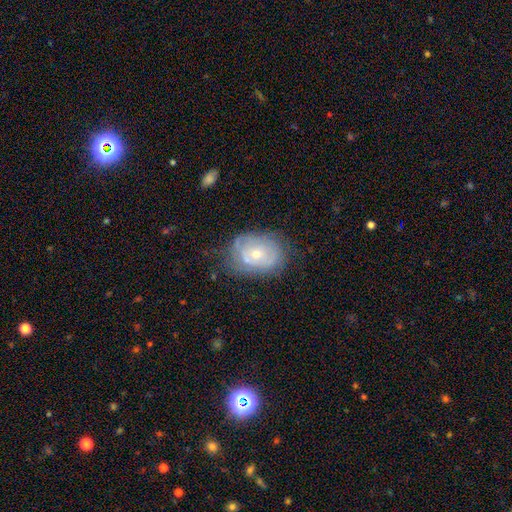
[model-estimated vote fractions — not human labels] Q: Smooth or featured?
A: featured or disk (57%); runner-up: smooth (31%)
Q: Edge-on disk?
A: no (95%); runner-up: yes (5%)
Q: Bar?
A: no (77%); runner-up: weak (18%)
Q: Spiral arms?
A: yes (65%); runner-up: no (35%)
Q: Bulge size?
A: small (52%); runner-up: moderate (45%)
Q: Merging?
A: none (69%); runner-up: minor disturbance (22%)